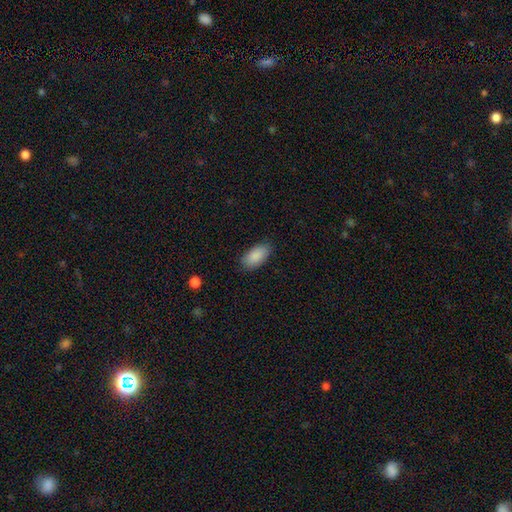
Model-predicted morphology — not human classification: The model was most divided on "merging": none: 85%, minor disturbance: 12%, major disturbance: 3%, merger: 1%. More confident: how rounded — in between (93%); smooth or featured — smooth (89%).